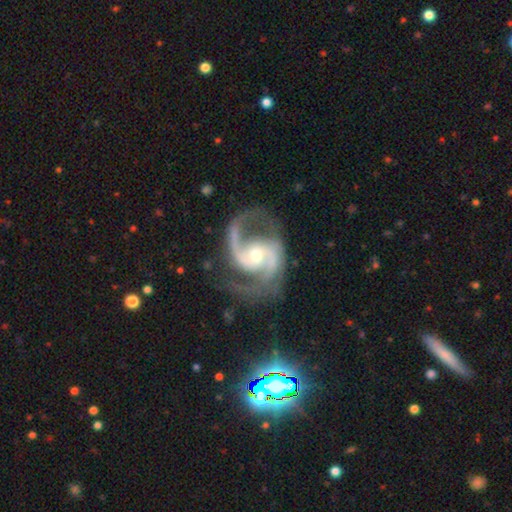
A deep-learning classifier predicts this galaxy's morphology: Smooth or featured? Predicted: featured or disk (p=0.93). Edge-on disk? Predicted: no (p=0.98). Bar? Predicted: no (p=0.44). Spiral arms? Predicted: yes (p=0.98). Spiral winding? Predicted: medium (p=0.63). Spiral arm count? Predicted: 2 (p=0.88). Bulge size? Predicted: moderate (p=0.58). Merging? Predicted: none (p=0.70).